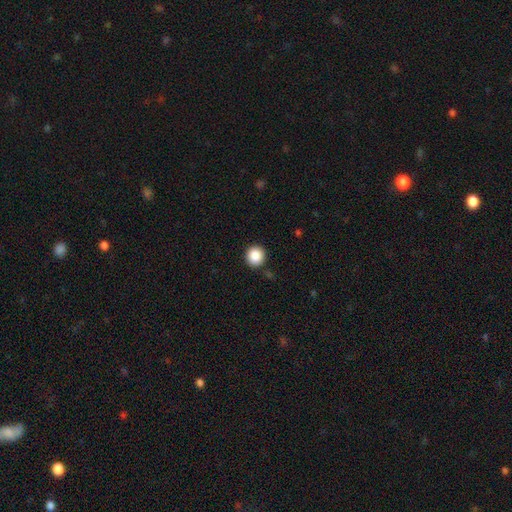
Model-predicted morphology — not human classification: This appears to be a smooth galaxy with no disk features (88%) that is round (94%). Merging: none (91%).